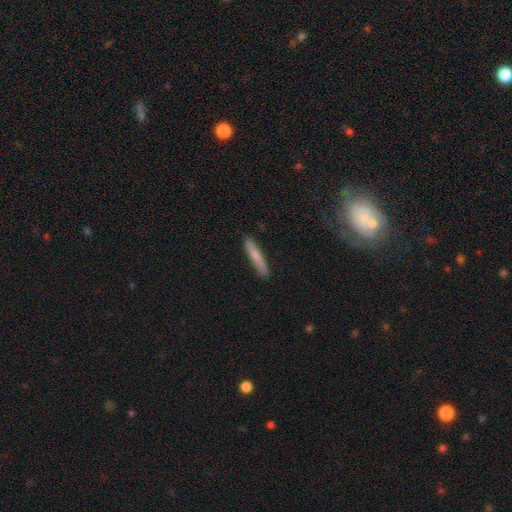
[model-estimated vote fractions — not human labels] A smooth galaxy with no disk features (67%) that is cigar-shaped (94%).

Vote fractions:
- Smooth or featured? smooth: 67% / featured or disk: 27% / star or artifact: 6%
- How rounded? cigar-shaped: 94% / in between: 5% / round: 1%
- Merging? none: 87% / minor disturbance: 10% / major disturbance: 2% / merger: 1%